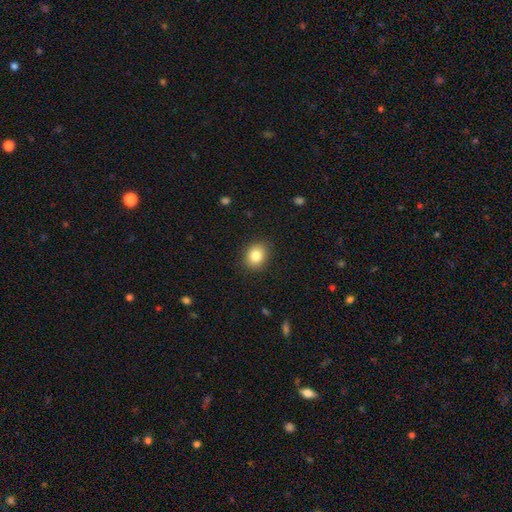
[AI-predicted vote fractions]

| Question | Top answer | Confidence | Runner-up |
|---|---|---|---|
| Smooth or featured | smooth | 83% | star or artifact (10%) |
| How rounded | round | 61% | in between (38%) |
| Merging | none | 88% | minor disturbance (9%) |